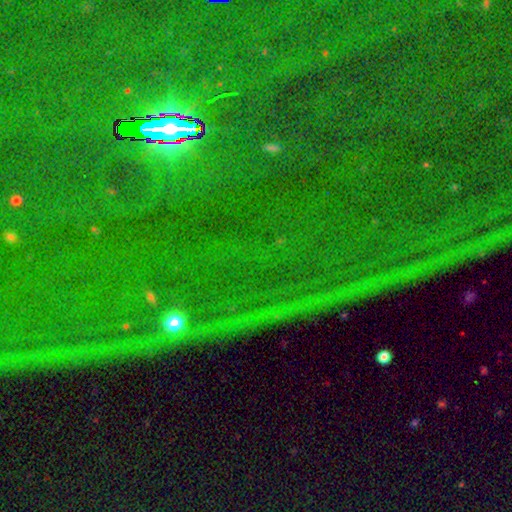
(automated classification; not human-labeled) This appears to be a star or artifact, not a galaxy (85%).